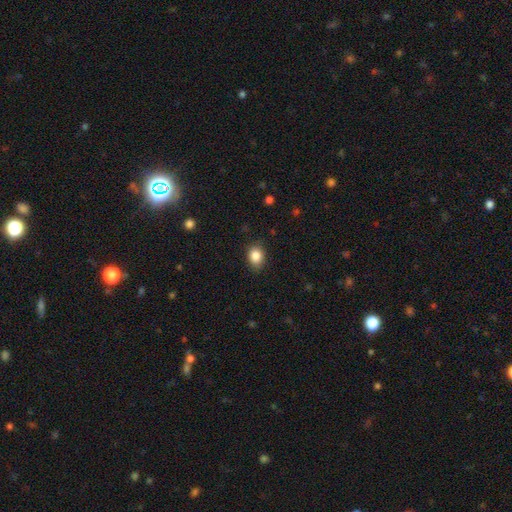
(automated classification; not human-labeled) Smooth or featured? Predicted: smooth (p=0.86). How rounded? Predicted: in between (p=0.54). Merging? Predicted: none (p=0.84).